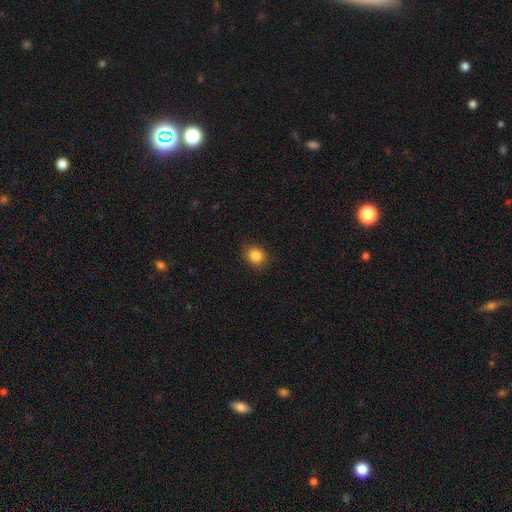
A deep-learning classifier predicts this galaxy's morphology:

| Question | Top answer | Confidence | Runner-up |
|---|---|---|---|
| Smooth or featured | smooth | 86% | star or artifact (10%) |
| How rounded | round | 63% | in between (36%) |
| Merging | none | 86% | minor disturbance (10%) |